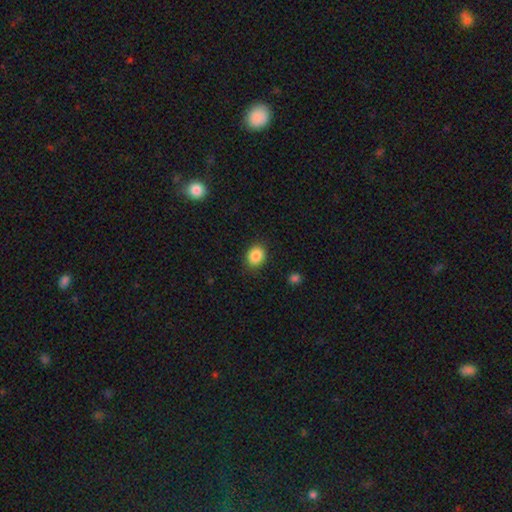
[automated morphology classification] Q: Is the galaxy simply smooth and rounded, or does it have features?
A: smooth — 87%.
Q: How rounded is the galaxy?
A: in between — 52%.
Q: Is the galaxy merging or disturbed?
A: none — 87%.